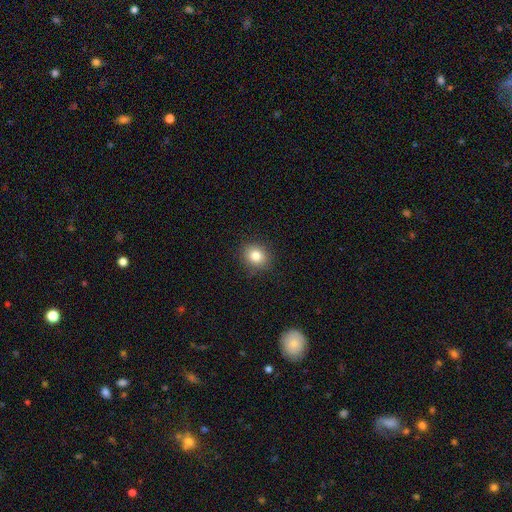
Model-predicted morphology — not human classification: This is clearly a smooth galaxy (81%). How rounded: likely round (75%). Merging: clearly none (89%).